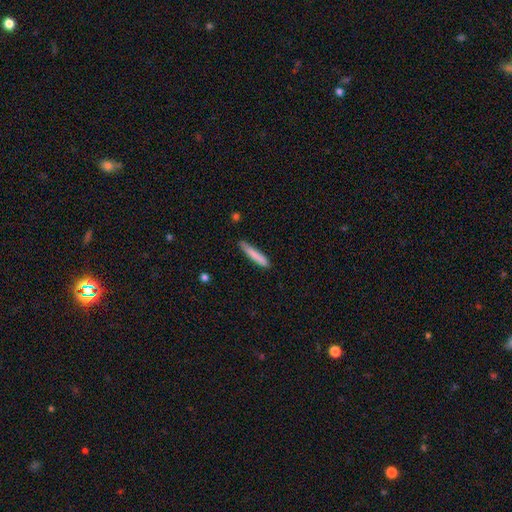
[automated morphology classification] This is clearly a smooth galaxy (80%). How rounded: clearly cigar-shaped (93%). Merging: clearly none (81%).